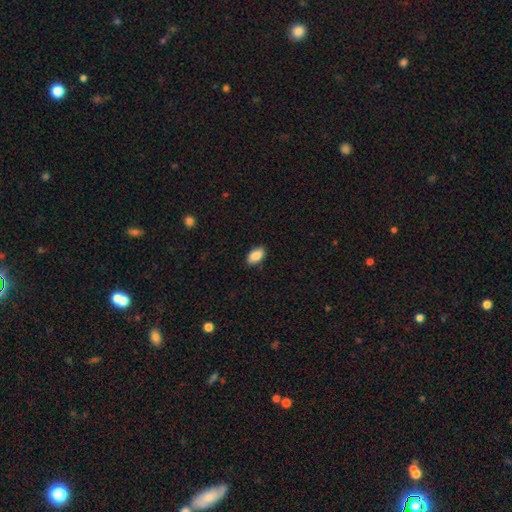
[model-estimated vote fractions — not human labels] smooth_or_featured: smooth (p=0.88) [alt: star or artifact p=0.07]
how_rounded: in between (p=0.94) [alt: round p=0.04]
merging: none (p=0.88) [alt: minor disturbance p=0.09]